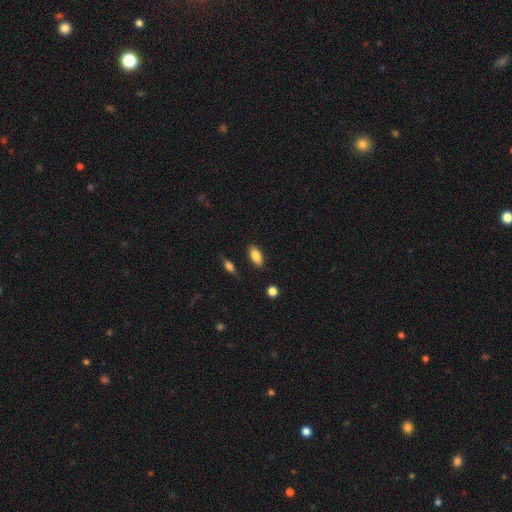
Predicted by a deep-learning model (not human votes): A smooth galaxy with no disk features (84%) that is in between round and cigar-shaped (88%).

Vote fractions:
- Smooth or featured? smooth: 84% / featured or disk: 9% / star or artifact: 7%
- How rounded? in between: 88% / cigar-shaped: 9% / round: 3%
- Merging? none: 84% / minor disturbance: 11% / major disturbance: 3% / merger: 2%